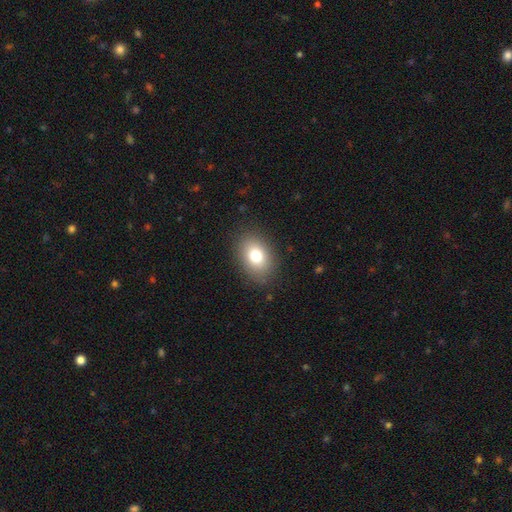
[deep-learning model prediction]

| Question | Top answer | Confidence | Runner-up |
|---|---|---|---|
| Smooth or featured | smooth | 77% | featured or disk (13%) |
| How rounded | in between | 75% | round (24%) |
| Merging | none | 86% | minor disturbance (10%) |